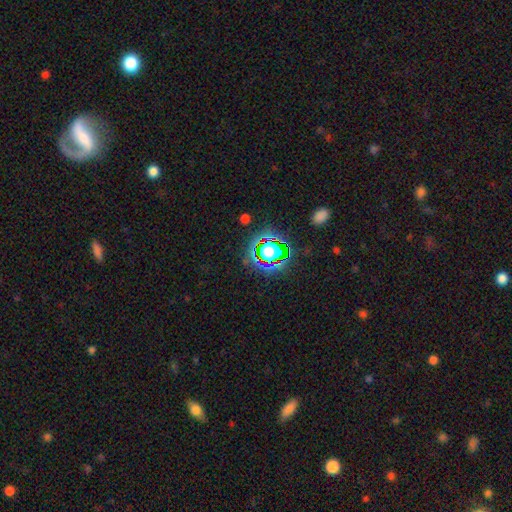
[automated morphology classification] type=star or artifact (75%).